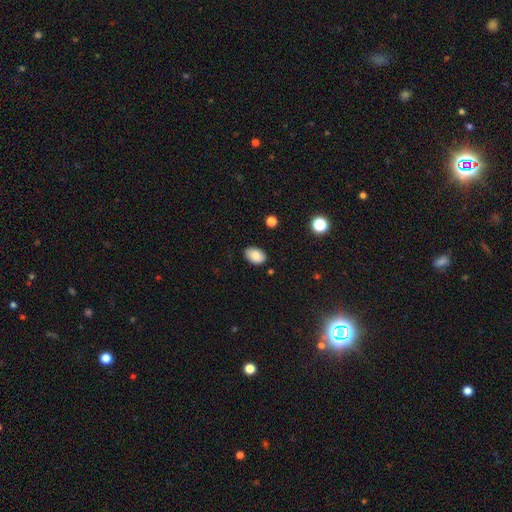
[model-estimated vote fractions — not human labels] smooth_or_featured: smooth (p=0.84) [alt: star or artifact p=0.08]
how_rounded: in between (p=0.87) [alt: round p=0.12]
merging: none (p=0.85) [alt: minor disturbance p=0.12]